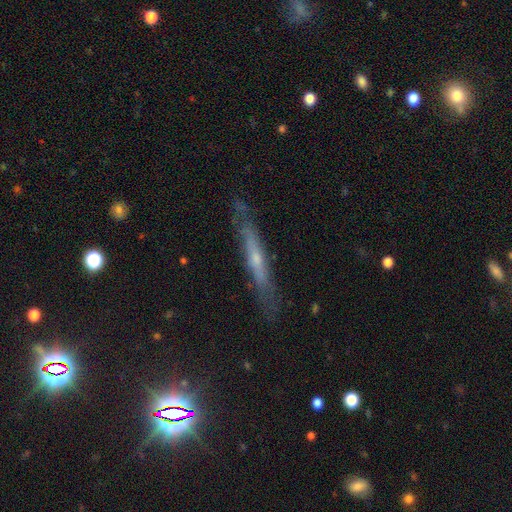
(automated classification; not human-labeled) Morphology: type=featured or disk (60%); edge-on=yes (85%); edge-on bulge=rounded (53%); merging=none (80%).